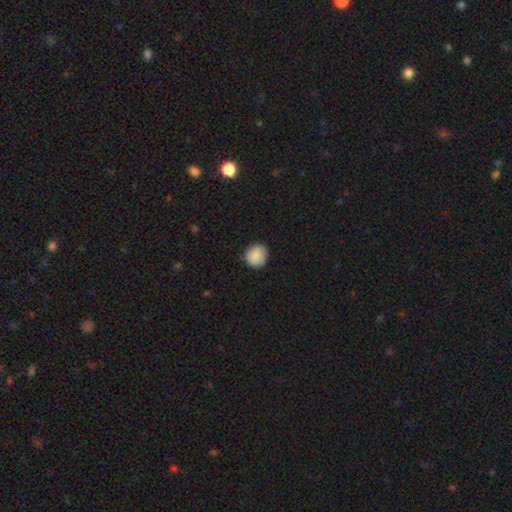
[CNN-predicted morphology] A smooth galaxy with no disk features (87%) that is round (87%). Merging: none (81%).